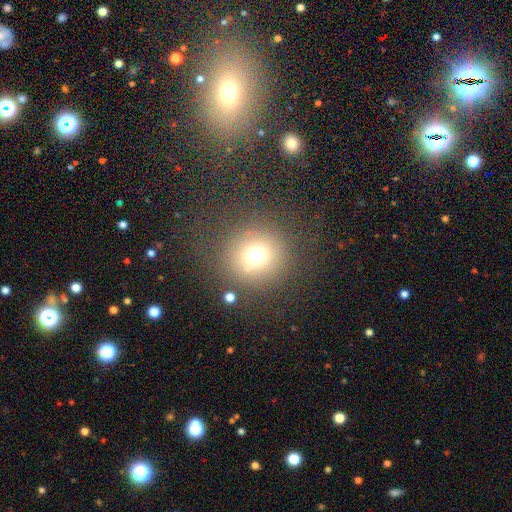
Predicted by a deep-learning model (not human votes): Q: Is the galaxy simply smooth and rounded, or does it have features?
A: smooth — 68%.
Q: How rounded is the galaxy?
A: round — 92%.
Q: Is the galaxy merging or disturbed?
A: none — 78%.